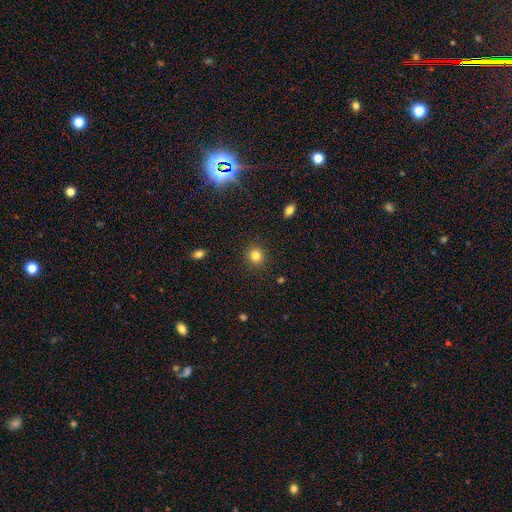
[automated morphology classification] Smooth or featured? smooth (83%)
How rounded? round (84%)
Merging? none (90%)